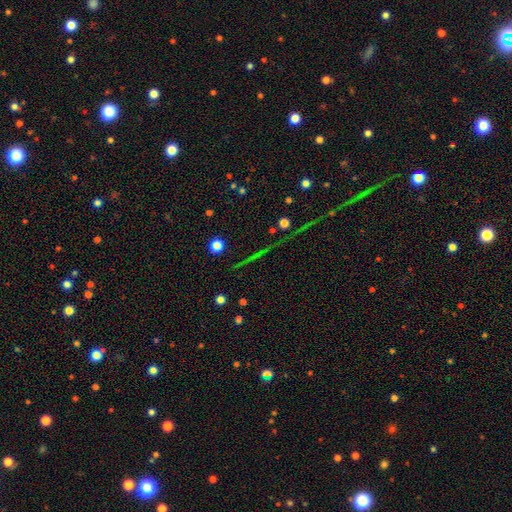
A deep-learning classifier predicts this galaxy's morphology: Smooth or featured: star or artifact — 61% (featured or disk — 20%)